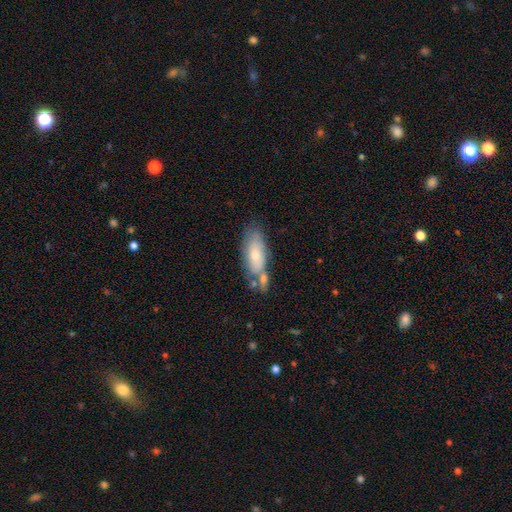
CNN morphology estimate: This is likely a smooth galaxy (70%). How rounded: likely in between (76%). Merging: possibly none (50%).